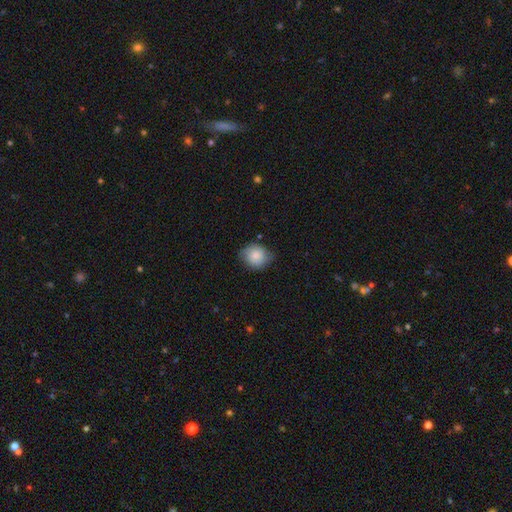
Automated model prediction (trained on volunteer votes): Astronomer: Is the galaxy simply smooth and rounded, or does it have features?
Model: smooth — 77%.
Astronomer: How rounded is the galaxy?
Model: round — 67%.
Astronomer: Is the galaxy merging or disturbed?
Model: none — 65%.